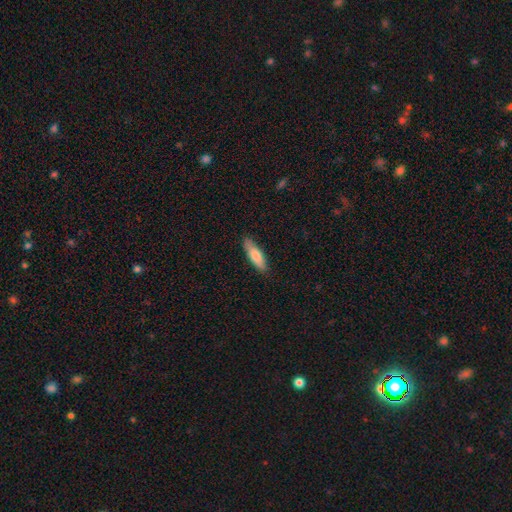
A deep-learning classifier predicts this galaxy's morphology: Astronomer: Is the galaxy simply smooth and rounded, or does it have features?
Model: smooth — 77%.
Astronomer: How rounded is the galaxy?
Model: cigar-shaped — 55% (runner-up: in between, 43%).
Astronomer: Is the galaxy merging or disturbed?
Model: none — 86%.